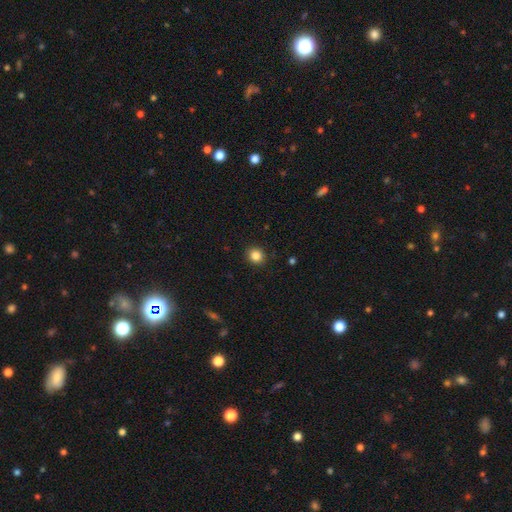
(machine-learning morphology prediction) A smooth galaxy with no disk features (85%) that is round (87%).

Vote fractions:
- Smooth or featured? smooth: 85% / star or artifact: 11% / featured or disk: 4%
- How rounded? round: 87% / in between: 12% / cigar-shaped: 1%
- Merging? none: 91% / minor disturbance: 6% / major disturbance: 2% / merger: 1%